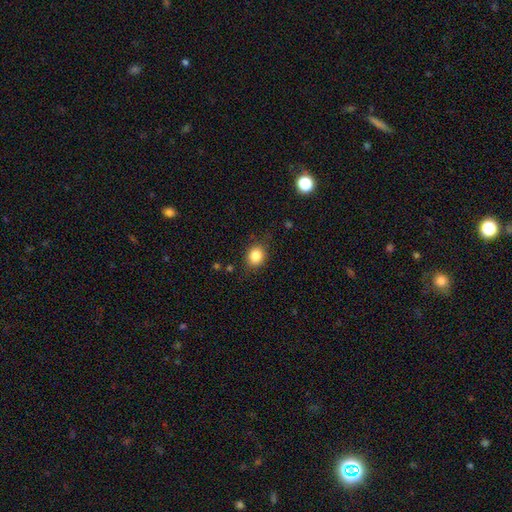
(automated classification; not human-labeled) This is clearly a smooth galaxy (84%). How rounded: likely round (63%). Merging: clearly none (83%).